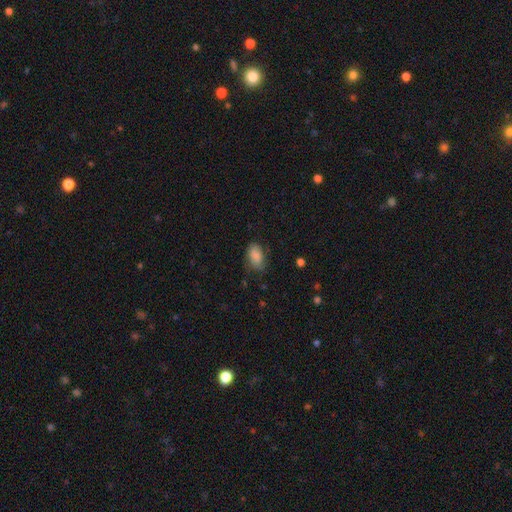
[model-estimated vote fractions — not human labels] smooth 84%, featured or disk 9%, star or artifact 7%. Down the decision tree: how rounded — in between (90%); merging — none (66%).